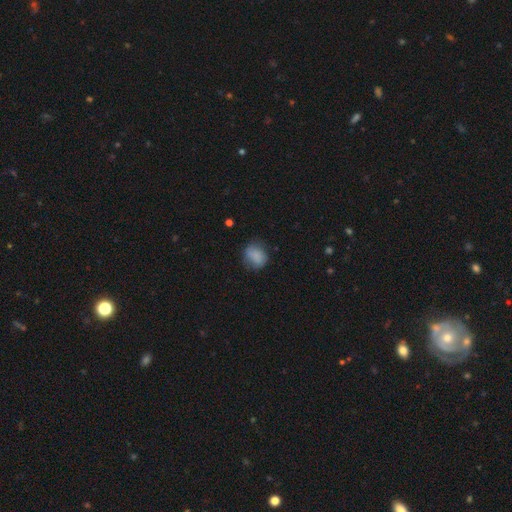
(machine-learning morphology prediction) Overall: smooth (82%). How rounded: round (51%; in between 48%). Merging: none (67%).